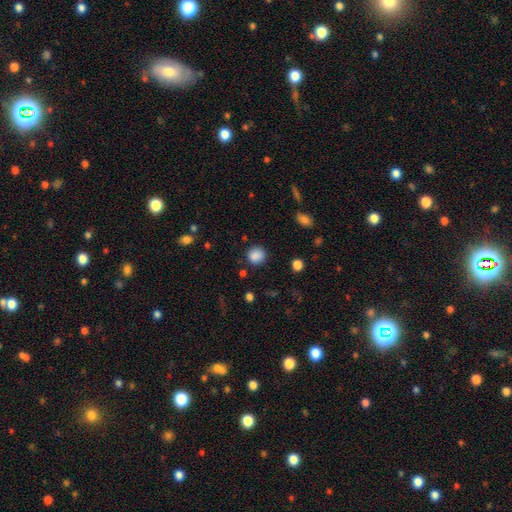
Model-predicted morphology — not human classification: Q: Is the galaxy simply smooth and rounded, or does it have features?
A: smooth — 87%.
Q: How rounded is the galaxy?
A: round — 89%.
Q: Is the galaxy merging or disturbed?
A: none — 87%.